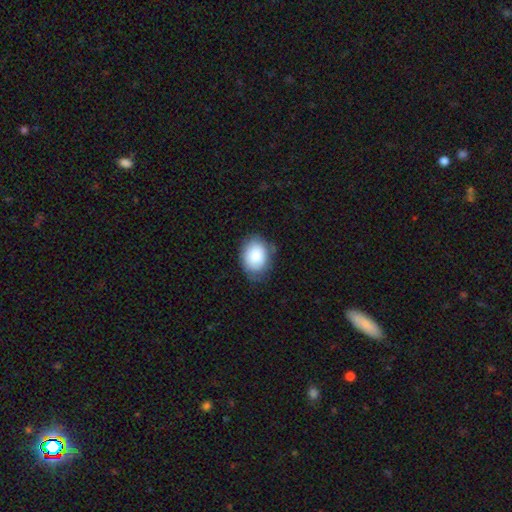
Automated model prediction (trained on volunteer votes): Morphology: type=smooth (83%); roundness=in between (66%); merging=none (73%).